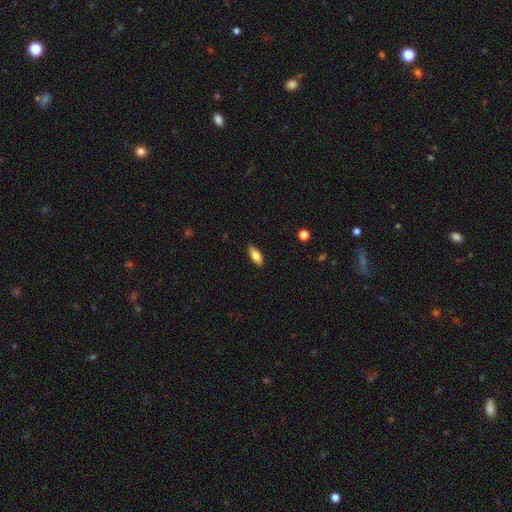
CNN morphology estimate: type=smooth (77%); roundness=in between (80%); merging=none (89%).